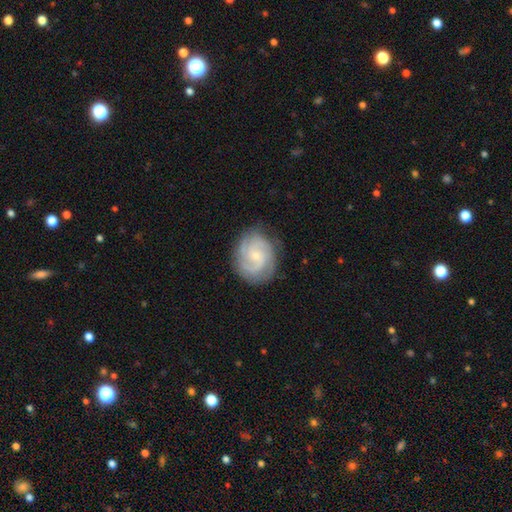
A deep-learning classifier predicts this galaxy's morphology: Smooth or featured: featured or disk — 84% (smooth — 11%)
Edge-on disk: no — 98% (yes — 2%)
Bar: no — 64% (weak — 32%)
Spiral arms: yes — 97% (no — 3%)
Spiral winding: tight — 56% (medium — 37%)
Spiral arm count: 3 — 39% (2 — 30%)
Bulge size: small — 74% (moderate — 21%)
Merging: none — 81% (minor disturbance — 14%)